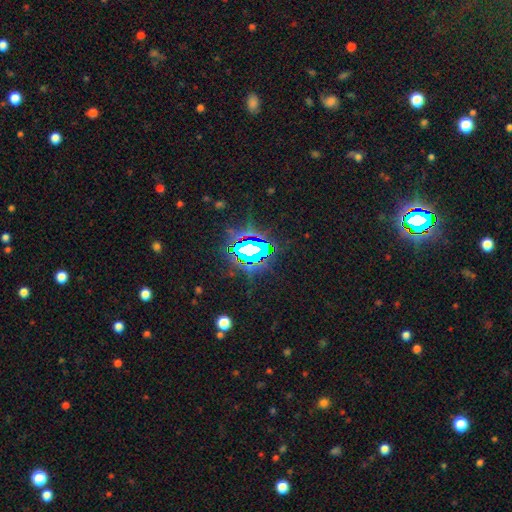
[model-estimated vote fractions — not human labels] This is likely a star or artifact rather than a galaxy (75%).